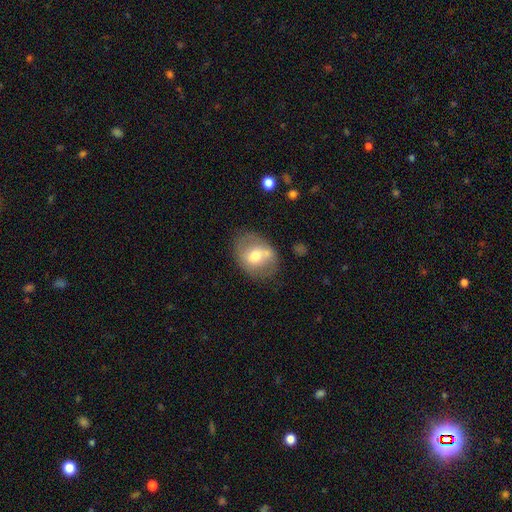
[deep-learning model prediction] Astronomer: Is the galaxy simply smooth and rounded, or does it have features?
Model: smooth — 55% (runner-up: featured or disk, 37%).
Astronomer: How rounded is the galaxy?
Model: in between — 62% (runner-up: round, 37%).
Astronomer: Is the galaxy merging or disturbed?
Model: none — 60%.